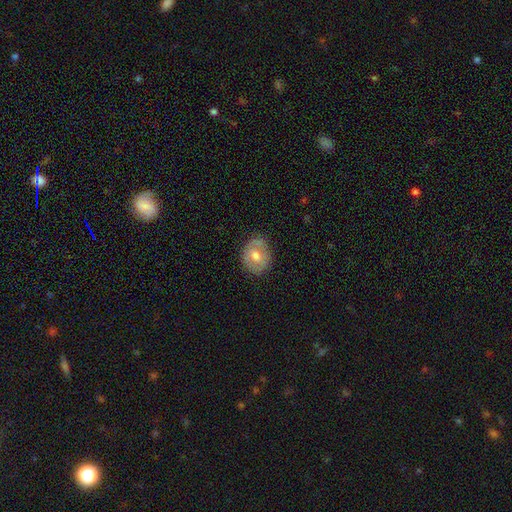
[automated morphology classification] smooth-or-featured: smooth: 50% | featured or disk: 43% | star or artifact: 7%
  merging: none: 74% | minor disturbance: 20% | major disturbance: 5% | merger: 1%